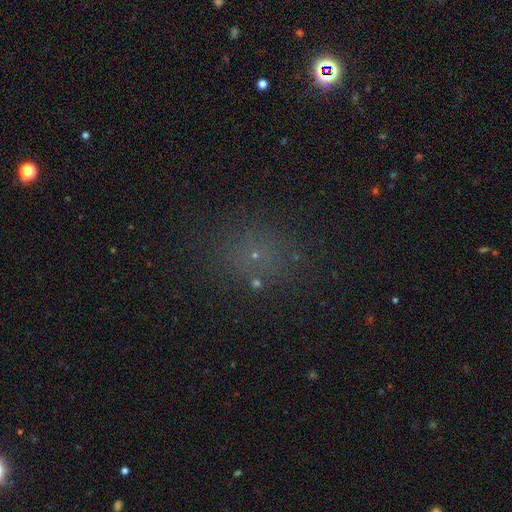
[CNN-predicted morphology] Smooth or featured?
  - smooth: 51% *
  - star or artifact: 39%
  - featured or disk: 10%
How rounded?
  - round: 75% *
  - in between: 23%
  - cigar-shaped: 1%
Merging?
  - none: 80% *
  - minor disturbance: 11%
  - major disturbance: 6%
  - merger: 3%